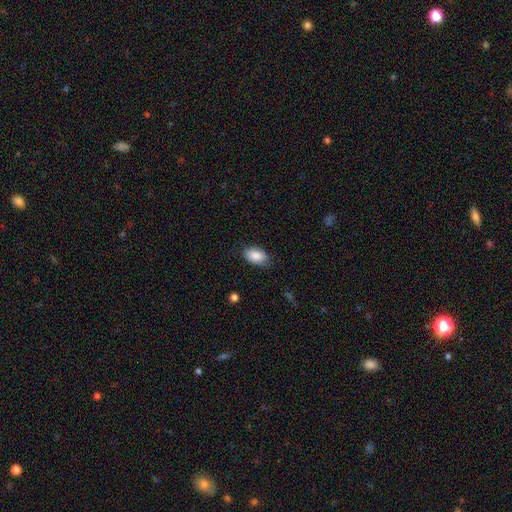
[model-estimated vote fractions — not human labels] Smooth or featured? smooth (88%)
How rounded? in between (92%)
Merging? none (80%)